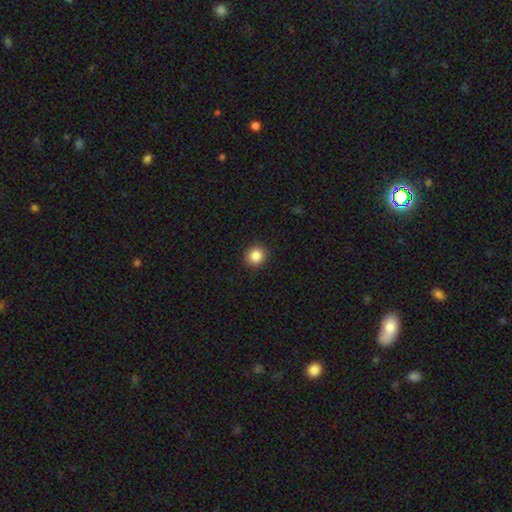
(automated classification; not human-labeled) Overall: smooth (87%). How rounded: round (92%). Merging: none (92%).